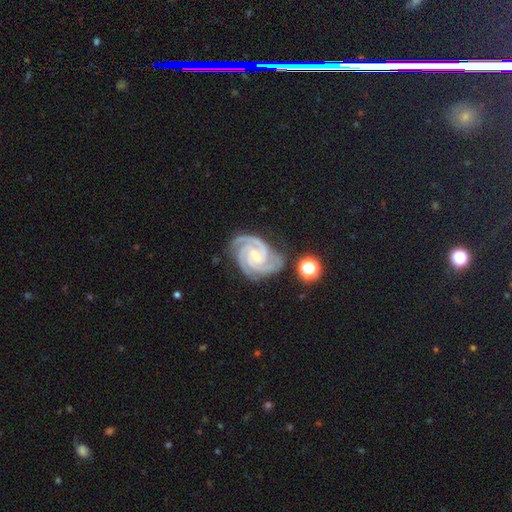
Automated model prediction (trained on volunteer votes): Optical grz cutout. It shows a featured or disk galaxy (94%) with no bar (45%), 3 (59%) tight (72%) spiral arms (99%) and a small central bulge (68%). Merging: none (74%).